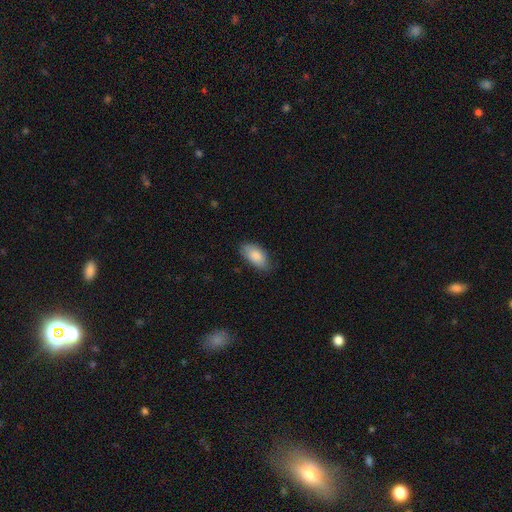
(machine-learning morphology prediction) smooth-or-featured: smooth: 84% | featured or disk: 10% | star or artifact: 6%
  how-rounded: in between: 93% | cigar-shaped: 4% | round: 3%
  merging: none: 74% | minor disturbance: 21% | major disturbance: 4% | merger: 1%